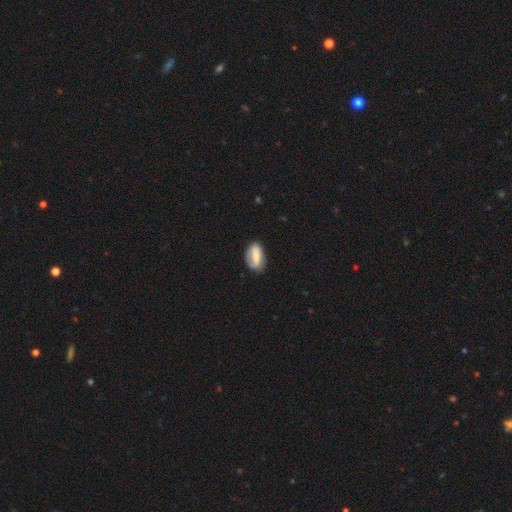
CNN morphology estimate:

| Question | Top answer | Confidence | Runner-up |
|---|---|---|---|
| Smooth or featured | smooth | 63% | featured or disk (29%) |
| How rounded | in between | 85% | cigar-shaped (9%) |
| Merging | none | 68% | minor disturbance (23%) |